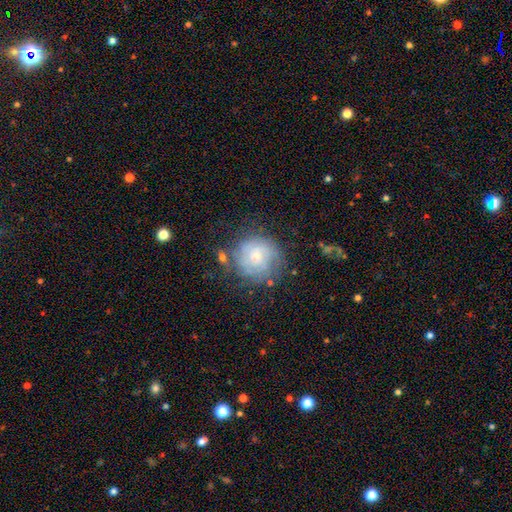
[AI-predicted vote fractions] Q: Smooth or featured?
A: featured or disk (54%); runner-up: smooth (37%)
Q: Edge-on disk?
A: no (97%); runner-up: yes (3%)
Q: Bar?
A: no (71%); runner-up: weak (25%)
Q: Spiral arms?
A: yes (77%); runner-up: no (23%)
Q: Bulge size?
A: moderate (48%); runner-up: small (42%)
Q: Merging?
A: none (68%); runner-up: minor disturbance (19%)